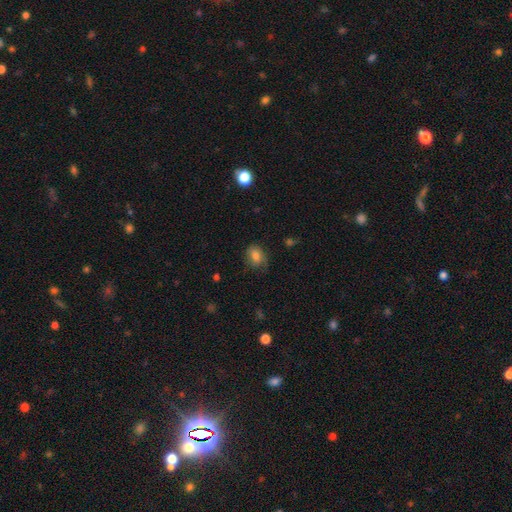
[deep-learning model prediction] Morphology: type=smooth (75%); roundness=in between (57%); merging=none (67%).